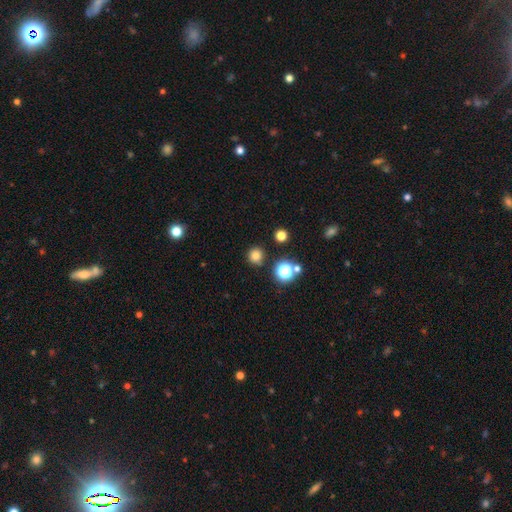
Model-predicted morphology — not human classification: A smooth galaxy with no disk features (77%) that is round (93%).

Vote fractions:
- Smooth or featured? smooth: 77% / star or artifact: 18% / featured or disk: 5%
- How rounded? round: 93% / in between: 6% / cigar-shaped: 1%
- Merging? none: 86% / minor disturbance: 8% / merger: 4% / major disturbance: 3%